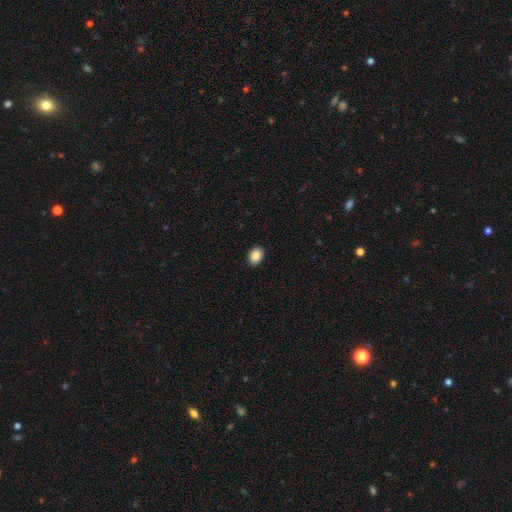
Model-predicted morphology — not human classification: Smooth or featured: smooth — 89% (star or artifact — 8%)
How rounded: in between — 70% (round — 30%)
Merging: none — 91% (minor disturbance — 6%)